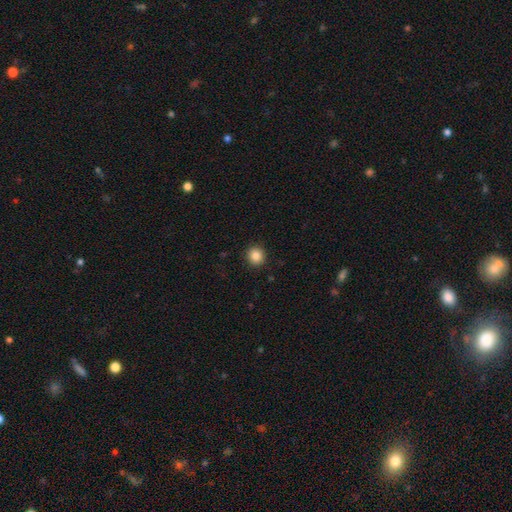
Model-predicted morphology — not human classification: A smooth galaxy with no disk features (85%) that is round (91%).

Vote fractions:
- Smooth or featured? smooth: 85% / star or artifact: 10% / featured or disk: 5%
- How rounded? round: 91% / in between: 8% / cigar-shaped: 1%
- Merging? none: 91% / minor disturbance: 6% / major disturbance: 2% / merger: 1%